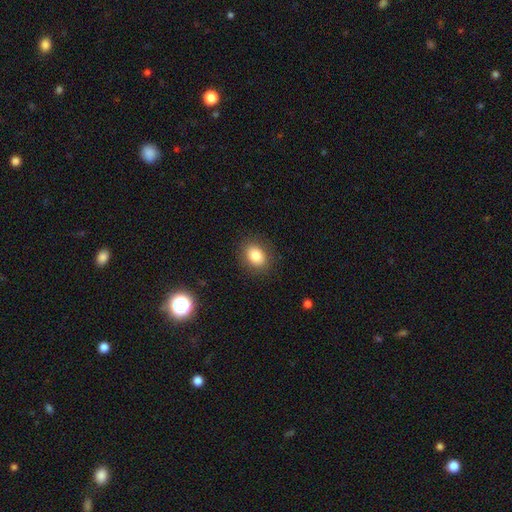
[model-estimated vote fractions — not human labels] A smooth galaxy with no disk features (84%) that is in between round and cigar-shaped (60%).

Vote fractions:
- Smooth or featured? smooth: 84% / star or artifact: 9% / featured or disk: 7%
- How rounded? in between: 60% / round: 39% / cigar-shaped: 1%
- Merging? none: 88% / minor disturbance: 8% / major disturbance: 3% / merger: 1%